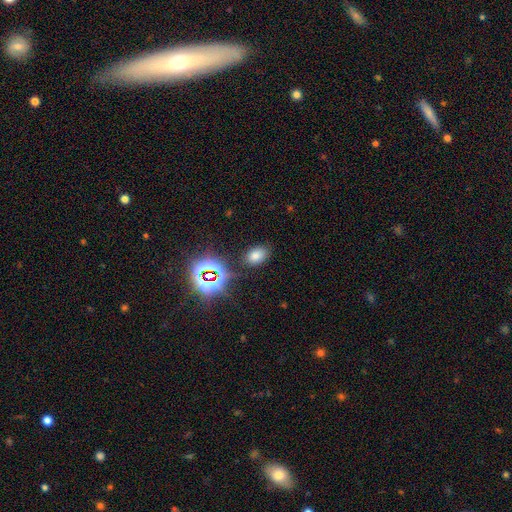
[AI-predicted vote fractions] The model was most divided on "smooth or featured": smooth: 69%, star or artifact: 24%, featured or disk: 7%. More confident: how rounded — in between (84%); merging — none (81%).